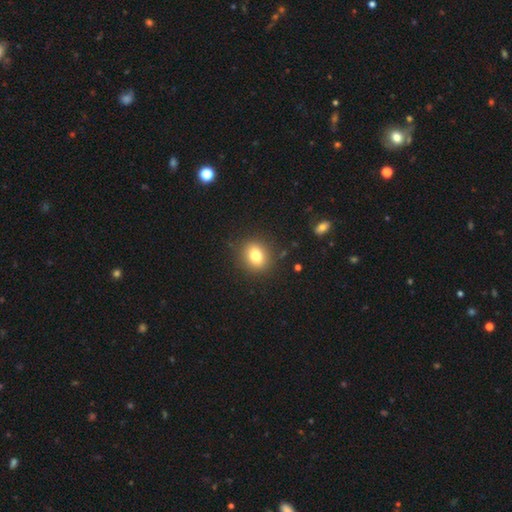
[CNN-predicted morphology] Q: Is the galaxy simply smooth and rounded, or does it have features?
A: smooth — 78%.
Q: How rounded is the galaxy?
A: round — 63%.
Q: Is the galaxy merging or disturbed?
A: none — 88%.